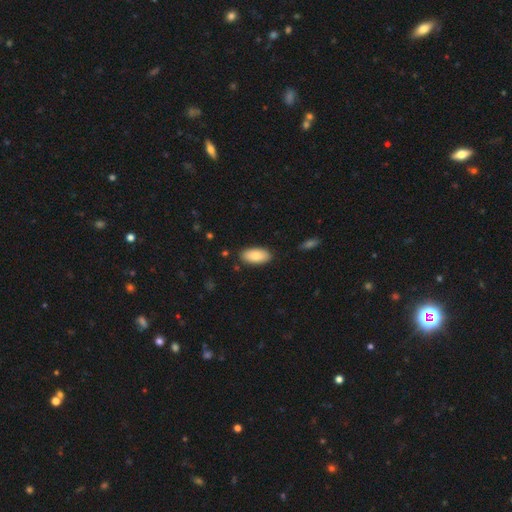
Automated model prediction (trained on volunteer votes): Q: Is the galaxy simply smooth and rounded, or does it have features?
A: smooth — 83%.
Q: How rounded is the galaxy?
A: in between — 93%.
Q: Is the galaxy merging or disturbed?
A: none — 86%.